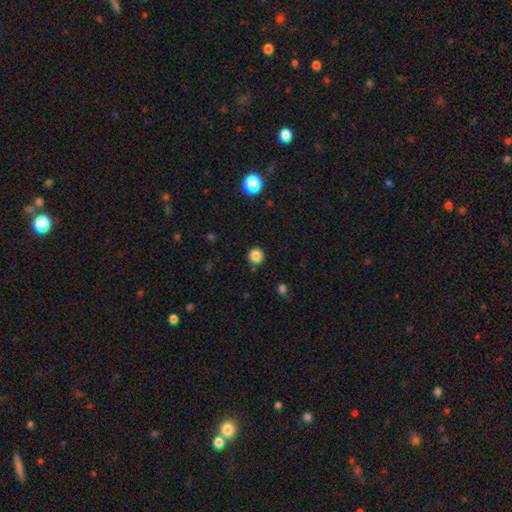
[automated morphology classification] type=smooth (85%); roundness=round (95%); merging=none (88%).